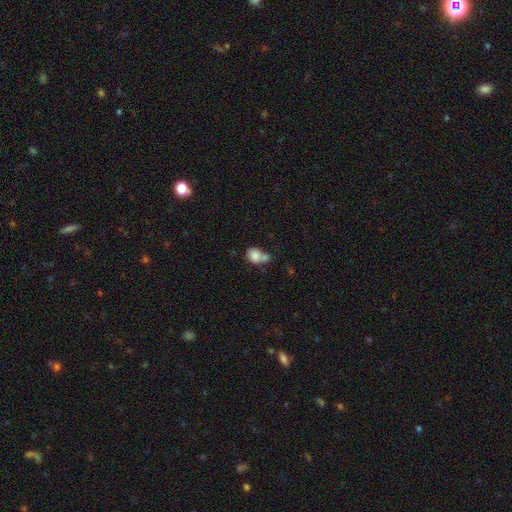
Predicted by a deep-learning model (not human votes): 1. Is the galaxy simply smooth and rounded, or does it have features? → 80% smooth, 11% featured or disk, 9% star or artifact.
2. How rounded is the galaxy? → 60% round, 39% in between, 1% cigar-shaped.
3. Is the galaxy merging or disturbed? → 51% merger, 29% none, 13% minor disturbance, 7% major disturbance.